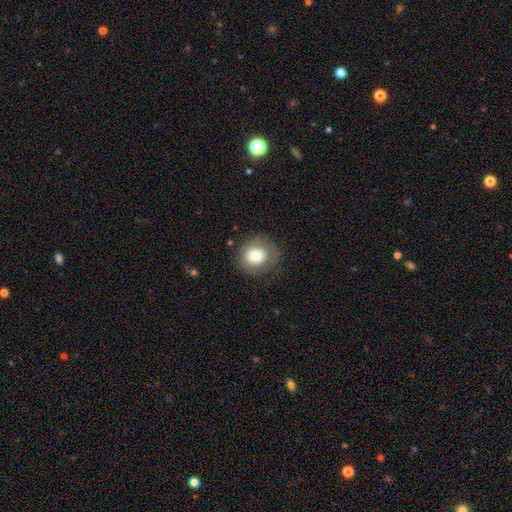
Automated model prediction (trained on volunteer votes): Smooth or featured? Predicted: smooth (p=0.75). How rounded? Predicted: round (p=0.83). Merging? Predicted: none (p=0.77).